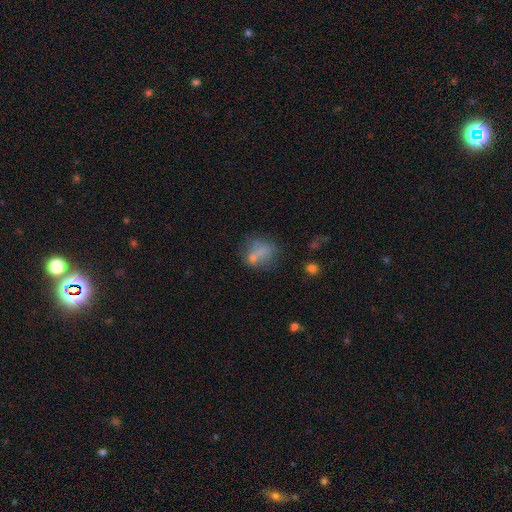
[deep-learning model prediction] This appears to be a smooth galaxy with no disk features (64%) that is round (52%). Merging: none (46%).